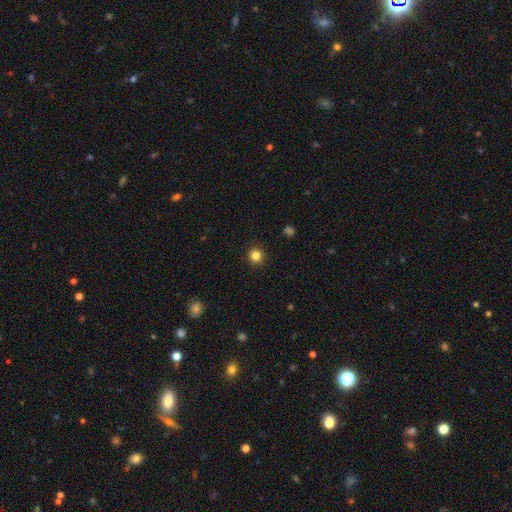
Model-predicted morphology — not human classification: Smooth or featured: smooth — 83% (star or artifact — 12%)
How rounded: round — 93% (in between — 6%)
Merging: none — 92% (minor disturbance — 5%)